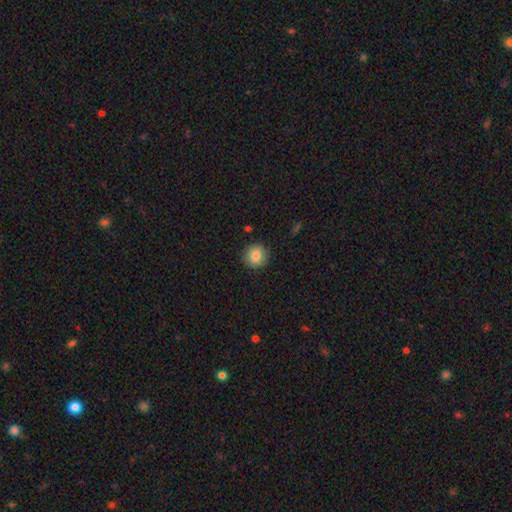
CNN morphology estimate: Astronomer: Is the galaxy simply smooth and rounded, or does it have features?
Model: smooth — 83%.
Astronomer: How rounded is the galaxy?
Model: round — 92%.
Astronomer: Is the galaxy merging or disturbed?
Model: none — 89%.